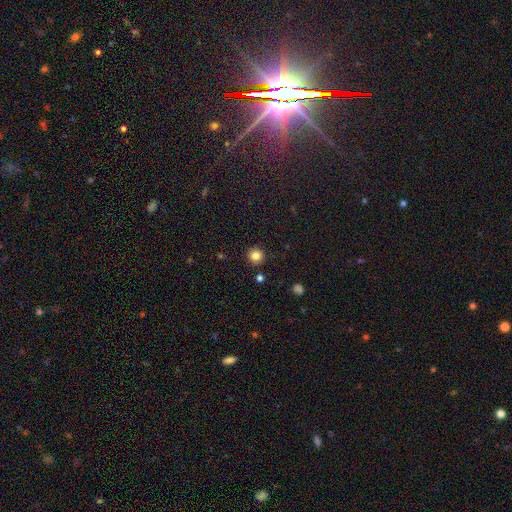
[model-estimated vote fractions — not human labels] A smooth galaxy with no disk features (83%) that is round (95%).

Vote fractions:
- Smooth or featured? smooth: 83% / star or artifact: 11% / featured or disk: 5%
- How rounded? round: 95% / in between: 4% / cigar-shaped: 1%
- Merging? none: 91% / minor disturbance: 5% / merger: 2% / major disturbance: 2%